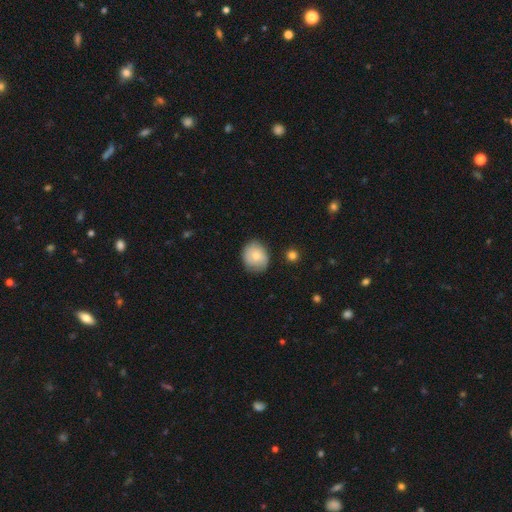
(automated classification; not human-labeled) Smooth or featured? Predicted: smooth (p=0.73). How rounded? Predicted: round (p=0.71). Merging? Predicted: none (p=0.74).